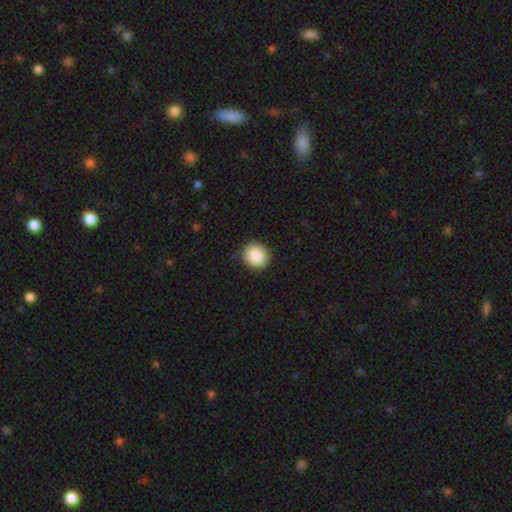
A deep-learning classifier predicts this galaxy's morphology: A smooth galaxy with no disk features (88%) that is round (85%).

Vote fractions:
- Smooth or featured? smooth: 88% / star or artifact: 8% / featured or disk: 4%
- How rounded? round: 85% / in between: 14% / cigar-shaped: 1%
- Merging? none: 89% / minor disturbance: 8% / major disturbance: 2% / merger: 1%